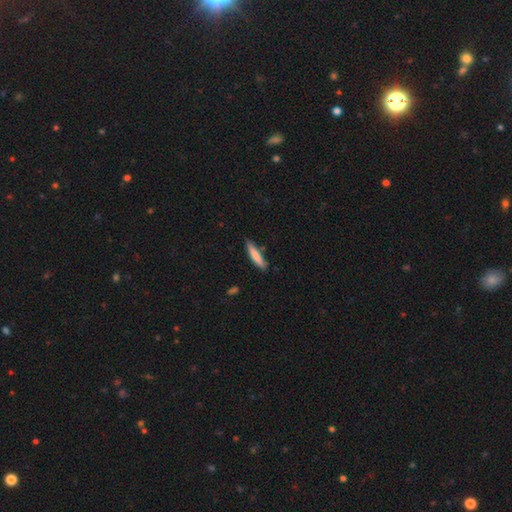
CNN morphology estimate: This appears to be a smooth galaxy with no disk features (78%) that is cigar-shaped (88%). Merging: none (81%).